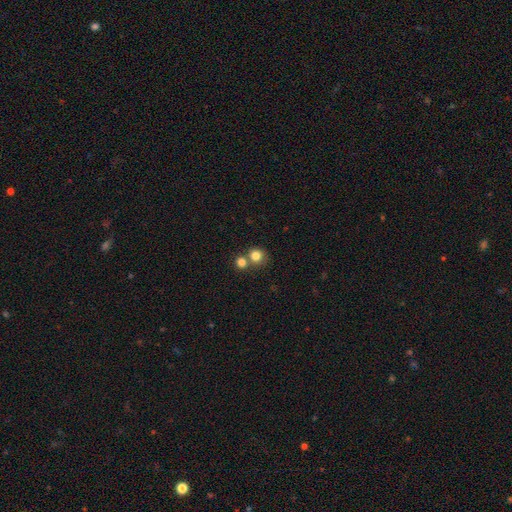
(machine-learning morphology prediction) Overall: smooth (81%). How rounded: round (88%). Merging: none (55%; merger 36%).